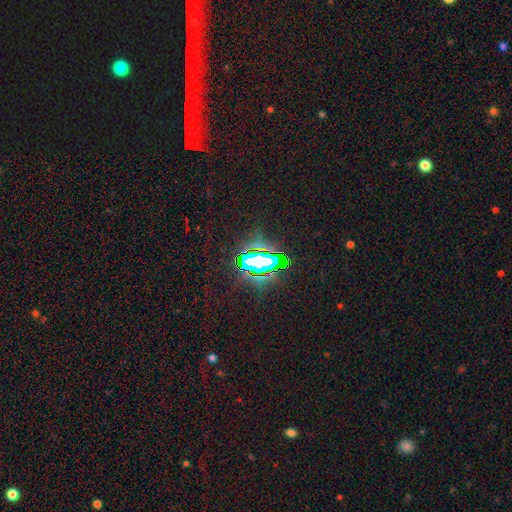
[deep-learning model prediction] The model was most divided on "smooth or featured": star or artifact: 74%, smooth: 16%, featured or disk: 10%.